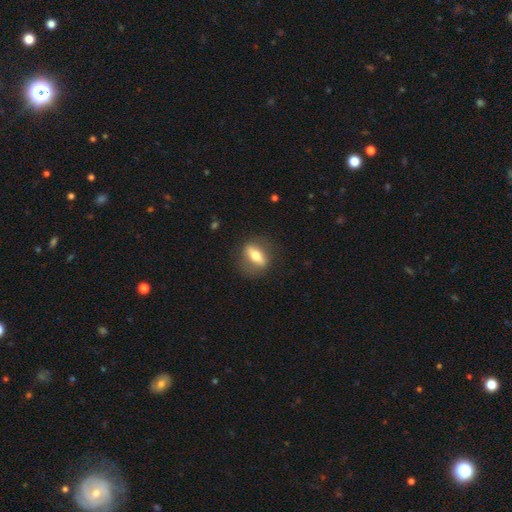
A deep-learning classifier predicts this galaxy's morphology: Q: Smooth or featured?
A: smooth (47%); runner-up: featured or disk (45%)
Q: Merging?
A: none (80%); runner-up: minor disturbance (12%)